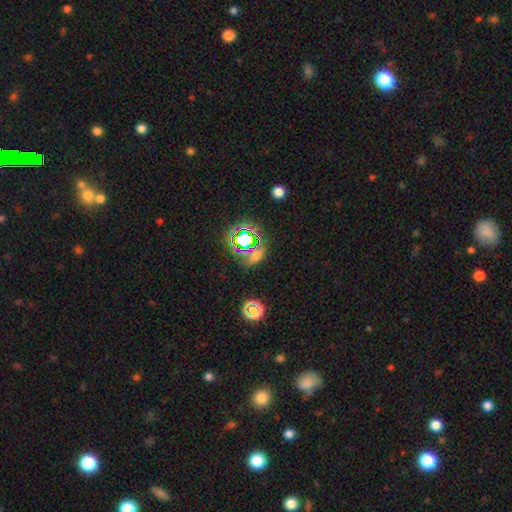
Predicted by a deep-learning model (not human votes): A star or artifact, not a galaxy (51%).

Vote fractions:
- Smooth or featured? star or artifact: 51% / smooth: 38% / featured or disk: 11%